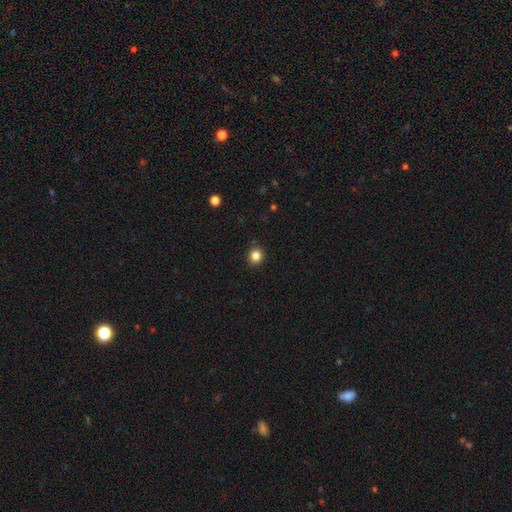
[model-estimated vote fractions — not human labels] This appears to be a smooth galaxy with no disk features (84%) that is round (86%). Merging: none (91%).